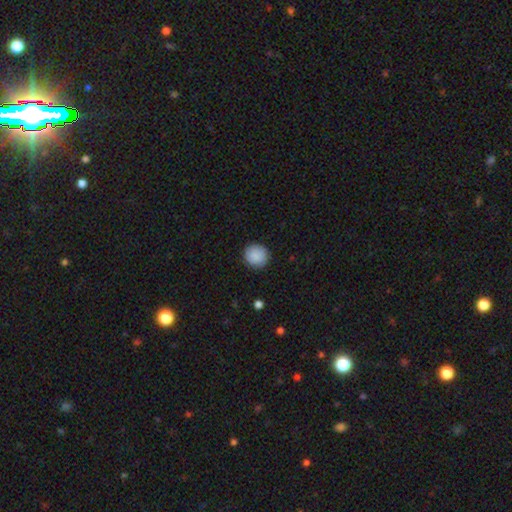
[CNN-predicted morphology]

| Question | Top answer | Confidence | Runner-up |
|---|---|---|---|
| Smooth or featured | smooth | 89% | star or artifact (8%) |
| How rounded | round | 92% | in between (7%) |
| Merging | none | 90% | minor disturbance (7%) |